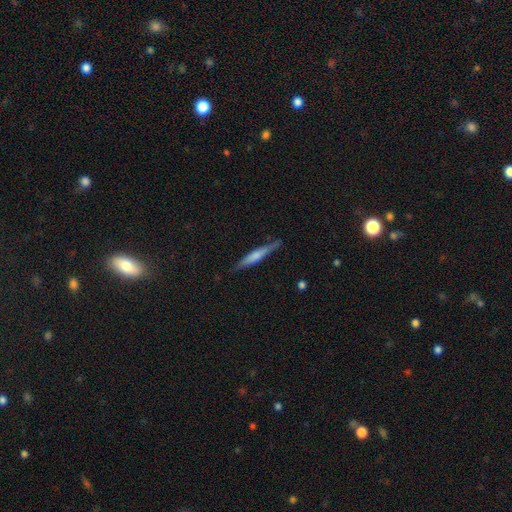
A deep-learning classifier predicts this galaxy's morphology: A smooth galaxy with no disk features (47%, tied with featured or disk). Merging: none (83%).